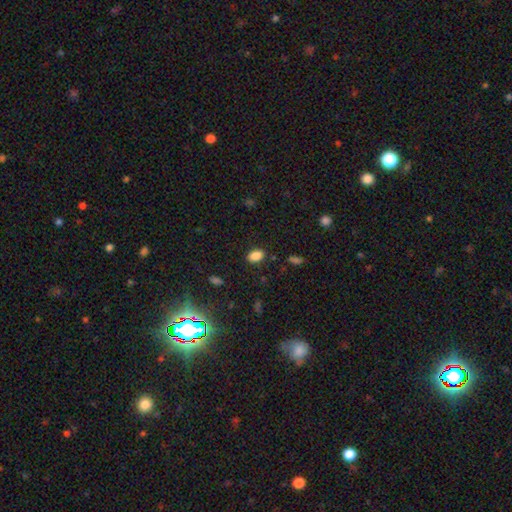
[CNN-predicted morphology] Smooth or featured: smooth — 86% (star or artifact — 10%)
How rounded: in between — 87% (round — 11%)
Merging: none — 86% (minor disturbance — 10%)